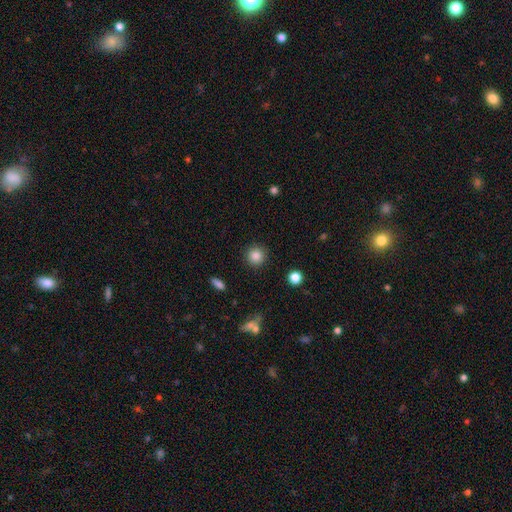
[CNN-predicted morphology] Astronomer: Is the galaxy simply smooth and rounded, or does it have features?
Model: smooth — 85%.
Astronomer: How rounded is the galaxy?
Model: round — 93%.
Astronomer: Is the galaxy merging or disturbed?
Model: none — 91%.